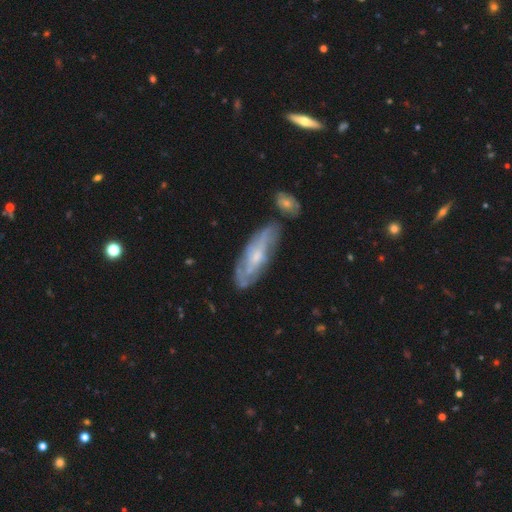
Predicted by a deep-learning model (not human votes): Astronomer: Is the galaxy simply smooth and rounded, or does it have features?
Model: featured or disk — 66%.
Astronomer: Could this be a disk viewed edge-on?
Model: no — 77%.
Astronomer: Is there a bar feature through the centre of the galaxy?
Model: no — 65%.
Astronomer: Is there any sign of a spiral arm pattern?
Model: yes — 73%.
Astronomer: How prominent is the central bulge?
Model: small — 56% (runner-up: moderate, 36%).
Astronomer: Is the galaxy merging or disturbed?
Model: none — 69%.